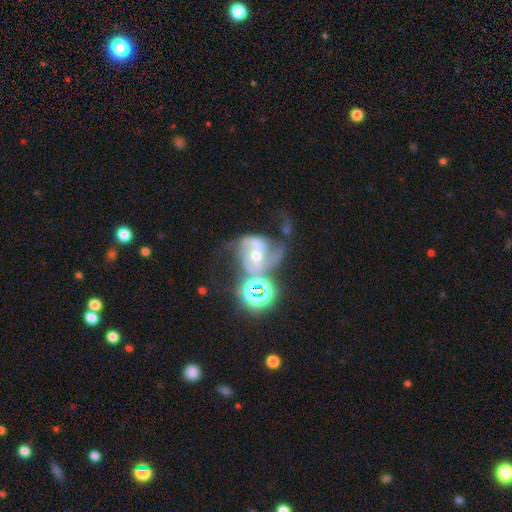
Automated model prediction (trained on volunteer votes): Smooth or featured: featured or disk — 74% (star or artifact — 17%)
Edge-on disk: no — 97% (yes — 3%)
Bar: no — 51% (weak — 30%)
Spiral arms: yes — 91% (no — 9%)
Spiral winding: medium — 44% (loose — 40%)
Spiral arm count: 2 — 72% (can't tell — 10%)
Bulge size: moderate — 58% (small — 35%)
Merging: none — 32% (major disturbance — 27%)